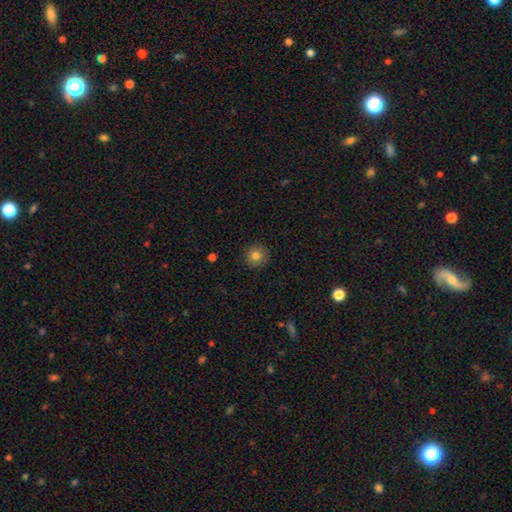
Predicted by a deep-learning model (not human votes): Morphology: type=smooth (81%); roundness=round (94%); merging=none (90%).